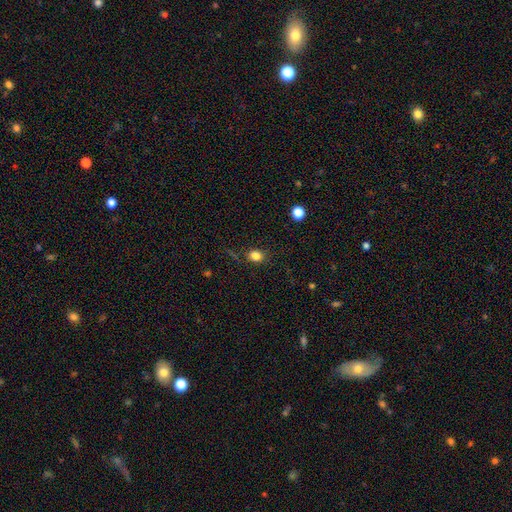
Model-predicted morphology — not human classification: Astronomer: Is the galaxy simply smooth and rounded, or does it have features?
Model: smooth — 82%.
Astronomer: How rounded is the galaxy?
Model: round — 59% (runner-up: in between, 39%).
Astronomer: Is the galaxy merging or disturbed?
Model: none — 82%.